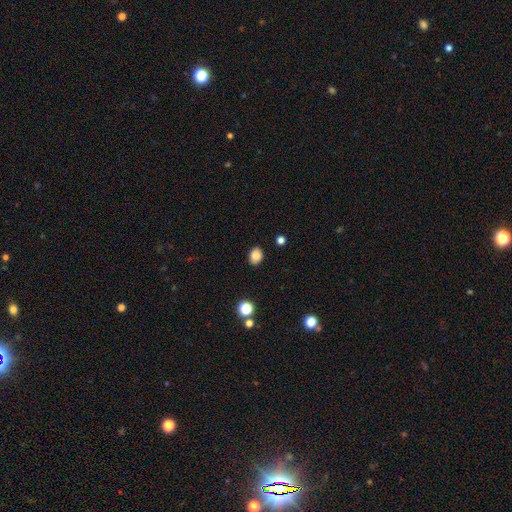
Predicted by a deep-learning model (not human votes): Smooth or featured? smooth (83%)
How rounded? in between (57%)
Merging? none (86%)